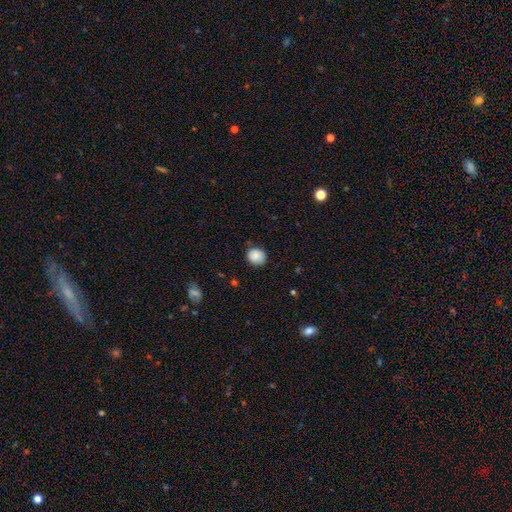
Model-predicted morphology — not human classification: The model was most divided on "merging": none: 83%, minor disturbance: 13%, major disturbance: 2%, merger: 1%. More confident: smooth or featured — smooth (85%); how rounded — round (85%).